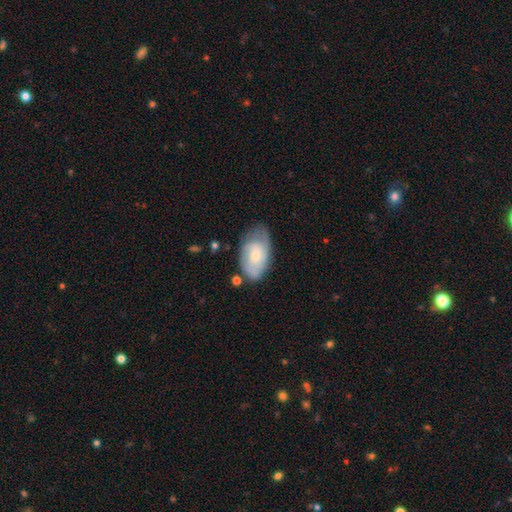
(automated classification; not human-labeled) Morphology: type=smooth (49%); merging=none (53%).